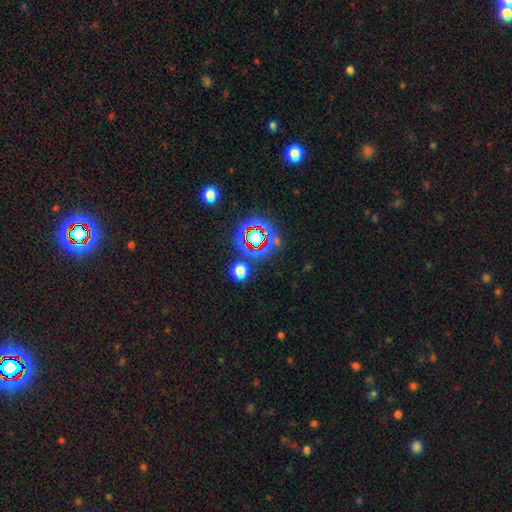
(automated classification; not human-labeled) smooth_or_featured: star or artifact (p=0.64) [alt: smooth p=0.20]